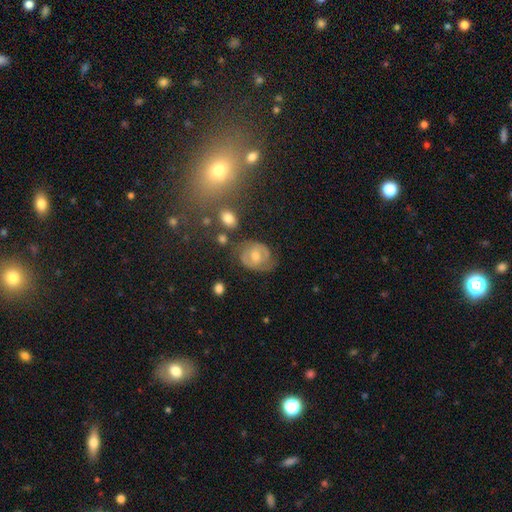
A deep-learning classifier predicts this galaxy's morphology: Smooth or featured: featured or disk — 60% (smooth — 32%)
Edge-on disk: no — 96% (yes — 4%)
Bar: no — 53% (weak — 37%)
Spiral arms: yes — 69% (no — 31%)
Bulge size: moderate — 66% (small — 24%)
Merging: none — 62% (minor disturbance — 22%)